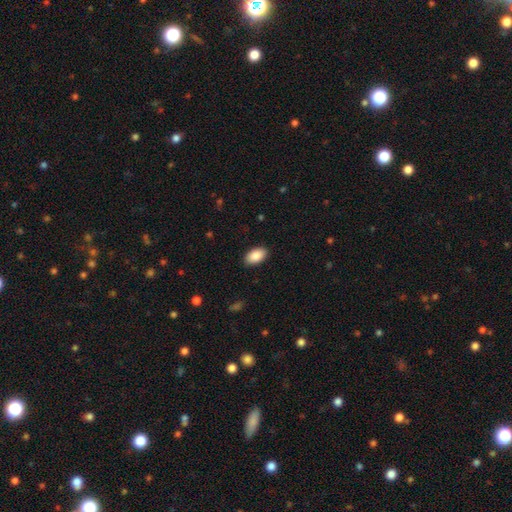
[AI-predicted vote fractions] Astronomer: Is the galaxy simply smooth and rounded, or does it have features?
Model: smooth — 89%.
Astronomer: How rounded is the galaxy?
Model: in between — 94%.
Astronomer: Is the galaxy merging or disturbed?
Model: none — 89%.